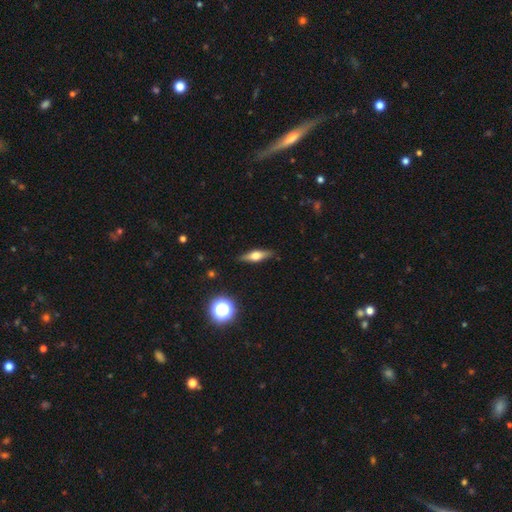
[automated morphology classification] Overall: featured or disk (51%; smooth 41%). Edge-on disk: yes (92%). Merging: none (88%).